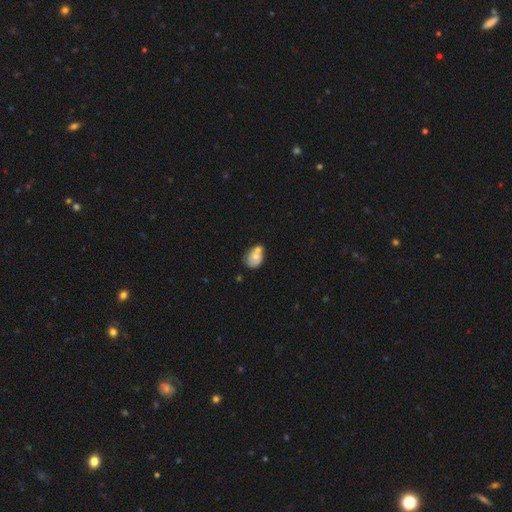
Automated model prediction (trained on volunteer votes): smooth 63%, featured or disk 29%, star or artifact 8%. Down the decision tree: how rounded — in between (66%); merging — merger (41%).